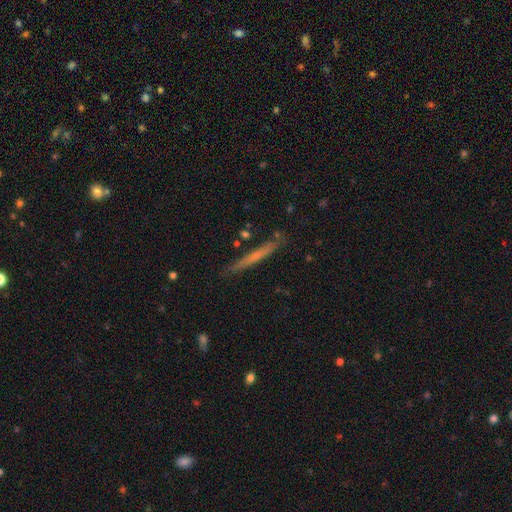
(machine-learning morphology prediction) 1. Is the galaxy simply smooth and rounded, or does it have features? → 52% smooth, 41% featured or disk, 7% star or artifact.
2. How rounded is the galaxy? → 96% cigar-shaped, 2% in between, 2% round.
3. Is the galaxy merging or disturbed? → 85% none, 11% minor disturbance, 2% merger, 2% major disturbance.